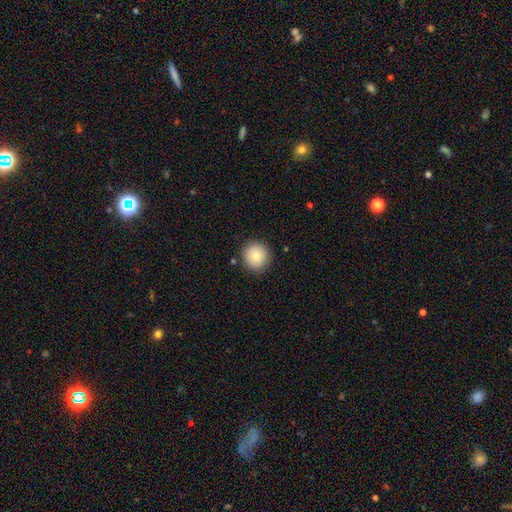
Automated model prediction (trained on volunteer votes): Morphology: type=smooth (81%); roundness=round (94%); merging=none (89%).